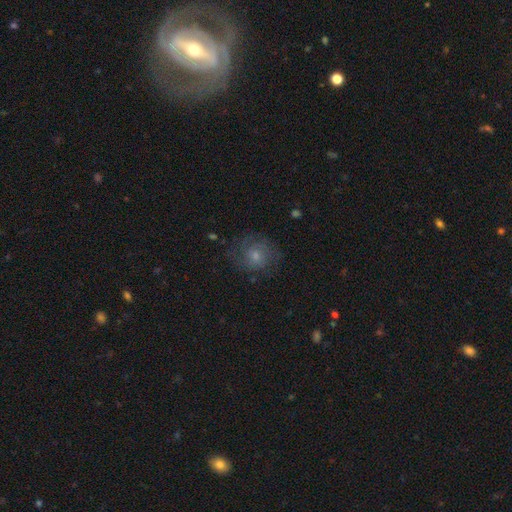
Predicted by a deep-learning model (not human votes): smooth_or_featured: smooth (p=0.53) [alt: featured or disk p=0.37]
how_rounded: round (p=0.81) [alt: in between p=0.18]
merging: none (p=0.68) [alt: minor disturbance p=0.19]